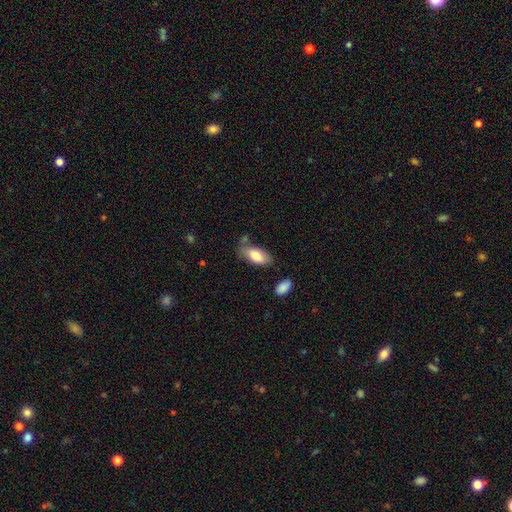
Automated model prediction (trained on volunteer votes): smooth 78%, featured or disk 16%, star or artifact 6%. Down the decision tree: how rounded — in between (89%); merging — none (62%).